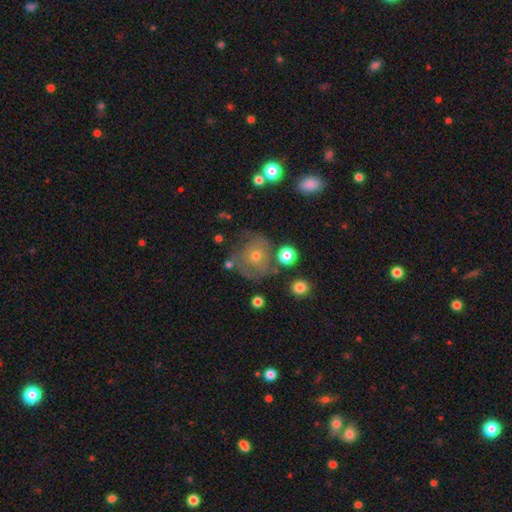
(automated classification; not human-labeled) featured or disk 52%, smooth 35%, star or artifact 13%. Down the decision tree: edge-on disk — no (96%); merging — none (63%).